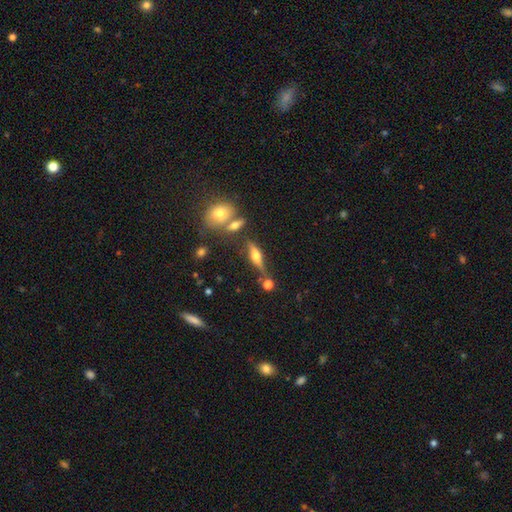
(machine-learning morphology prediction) Smooth or featured?
  - featured or disk: 60% *
  - smooth: 29%
  - star or artifact: 11%
Edge-on disk?
  - yes: 91% *
  - no: 9%
Edge-on bulge?
  - rounded: 92% *
  - boxy: 6%
  - none: 2%
Merging?
  - none: 64% *
  - minor disturbance: 15%
  - merger: 14%
  - major disturbance: 7%